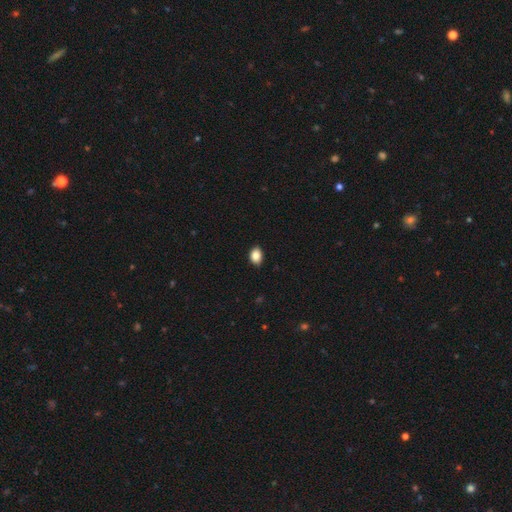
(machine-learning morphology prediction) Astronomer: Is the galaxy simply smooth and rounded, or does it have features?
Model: smooth — 88%.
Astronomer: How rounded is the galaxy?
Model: in between — 80%.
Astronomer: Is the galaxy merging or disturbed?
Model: none — 86%.